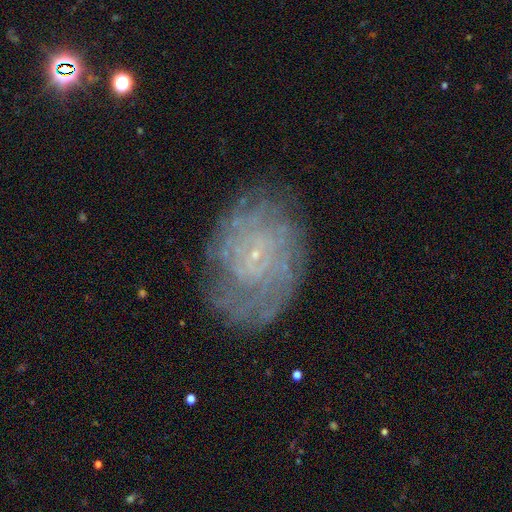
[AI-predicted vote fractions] smooth-or-featured: featured or disk: 73% | smooth: 16% | star or artifact: 10%
  disk-edge-on: no: 96% | yes: 4%
    bar: no: 73% | weak: 22% | strong: 4%
    has-spiral-arms: yes: 87% | no: 13%
      spiral-winding: tight: 71% | medium: 21% | loose: 8%
      spiral-arm-count: can't tell: 49% | more than 4: 14% | 4: 12% | 2: 10% | 3: 9% | 1: 6%
    bulge-size: small: 88% | none: 6% | moderate: 5% | large: 1% | dominant: 1%
  merging: none: 75% | minor disturbance: 16% | major disturbance: 7% | merger: 2%